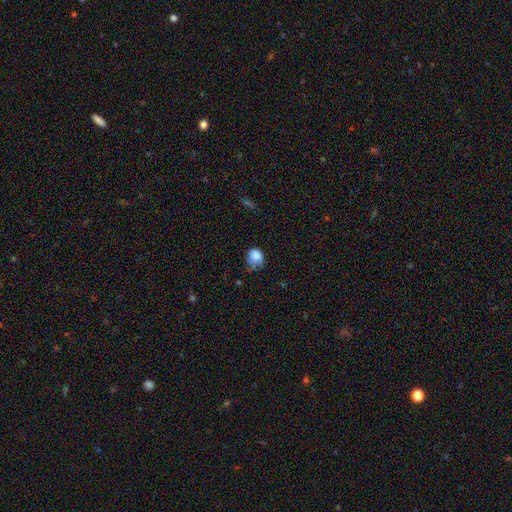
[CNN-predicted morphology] Smooth or featured?
  - smooth: 81% *
  - star or artifact: 10%
  - featured or disk: 9%
How rounded?
  - round: 67% *
  - in between: 33%
  - cigar-shaped: 1%
Merging?
  - none: 41% *
  - minor disturbance: 38%
  - major disturbance: 18%
  - merger: 4%